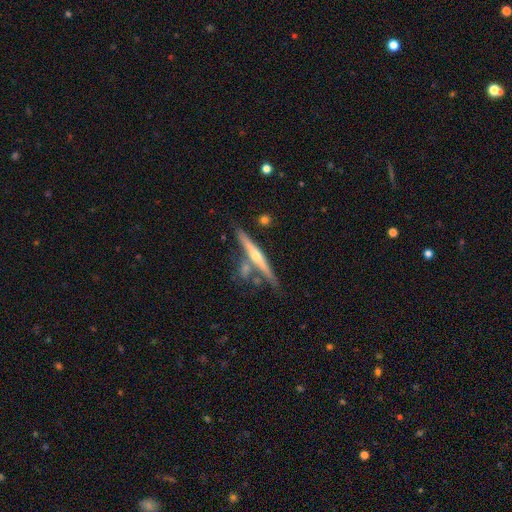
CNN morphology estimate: This is likely a featured or disk galaxy (76%). It is clearly viewed edge-on (97%). Edge-on bulge: clearly rounded (88%). Merging: likely none (73%).